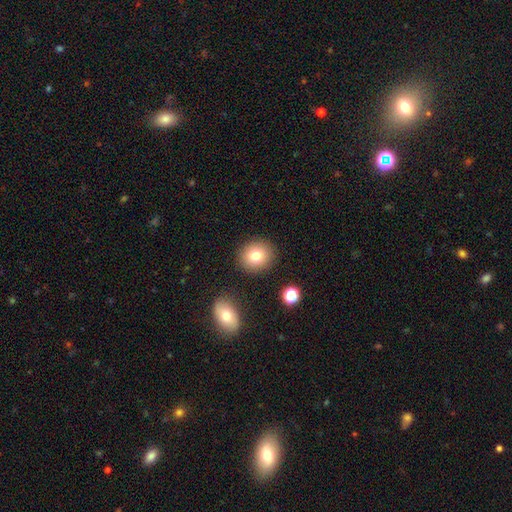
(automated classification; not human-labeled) smooth_or_featured: smooth (p=0.78) [alt: star or artifact p=0.11]
how_rounded: round (p=0.78) [alt: in between p=0.22]
merging: none (p=0.87) [alt: minor disturbance p=0.07]